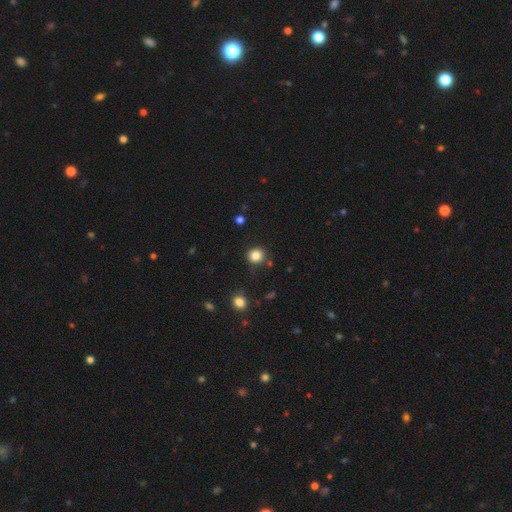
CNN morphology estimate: A smooth galaxy with no disk features (83%) that is round (90%). Merging: none (85%).